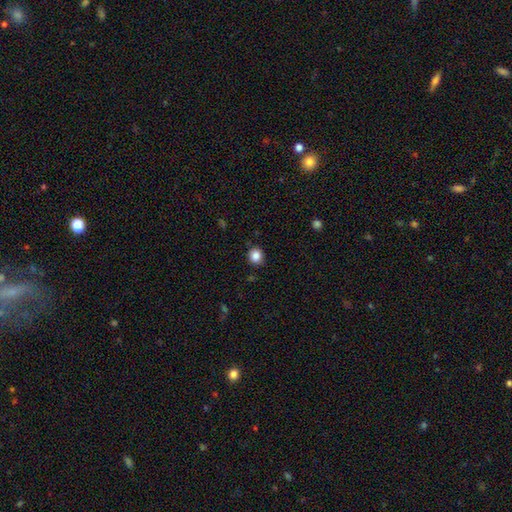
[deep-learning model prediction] Smooth or featured?
  - smooth: 85% *
  - star or artifact: 10%
  - featured or disk: 4%
How rounded?
  - round: 86% *
  - in between: 13%
  - cigar-shaped: 1%
Merging?
  - none: 89% *
  - minor disturbance: 8%
  - major disturbance: 2%
  - merger: 1%